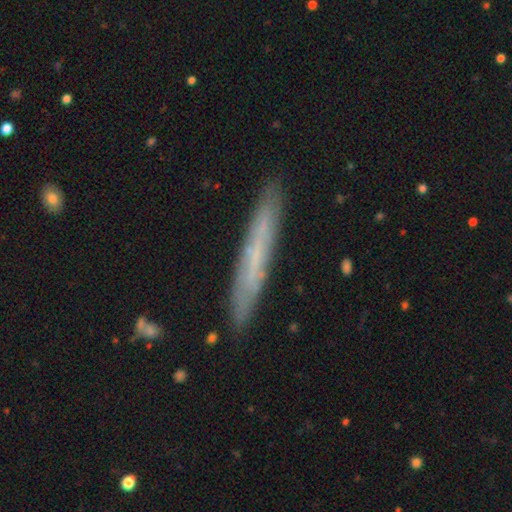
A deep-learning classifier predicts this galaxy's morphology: Overall: smooth (47%; featured or disk 46%). Merging: none (88%).